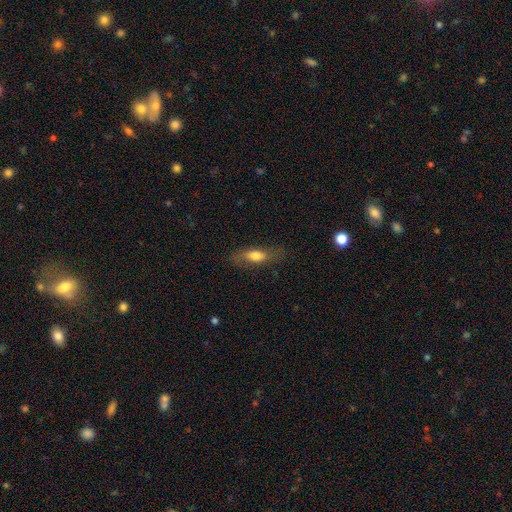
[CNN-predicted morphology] smooth_or_featured: smooth (p=0.65) [alt: featured or disk p=0.27]
how_rounded: in between (p=0.60) [alt: cigar-shaped p=0.36]
merging: none (p=0.72) [alt: minor disturbance p=0.19]